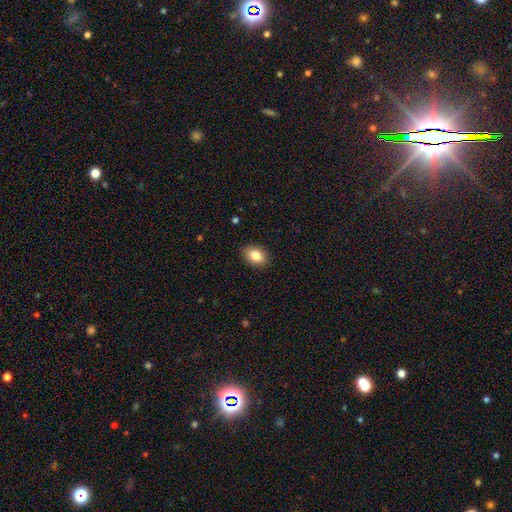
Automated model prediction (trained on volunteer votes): Overall: smooth (84%). How rounded: in between (83%). Merging: none (89%).